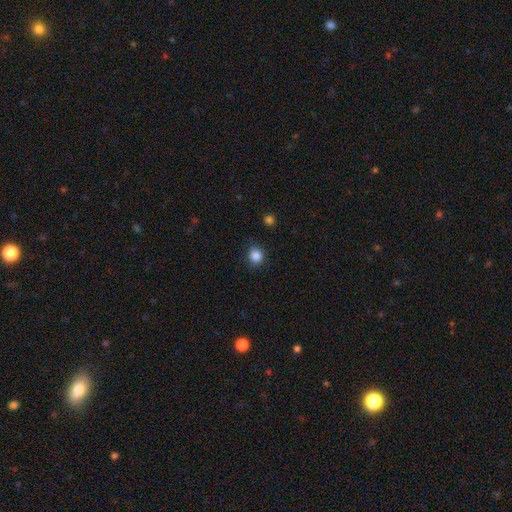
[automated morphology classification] Smooth or featured? Predicted: smooth (p=0.86). How rounded? Predicted: round (p=0.86). Merging? Predicted: none (p=0.85).